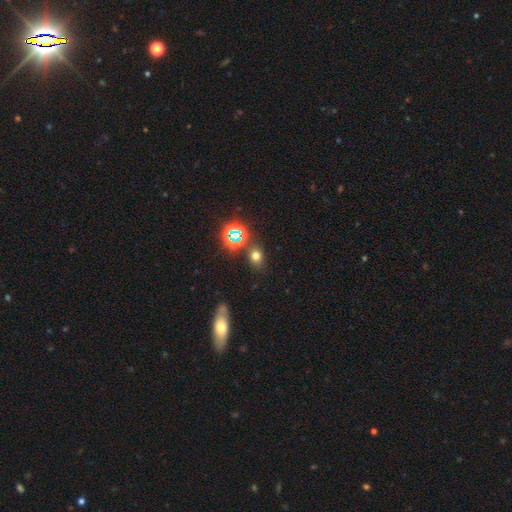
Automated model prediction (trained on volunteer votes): smooth-or-featured: smooth: 66% | star or artifact: 26% | featured or disk: 8%
  how-rounded: in between: 51% | round: 47% | cigar-shaped: 2%
  merging: none: 79% | minor disturbance: 11% | merger: 7% | major disturbance: 4%